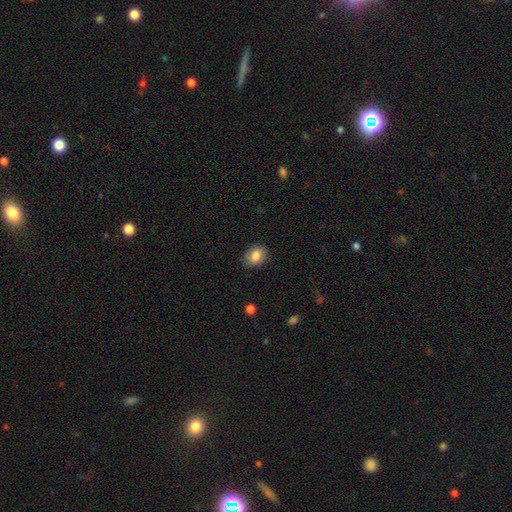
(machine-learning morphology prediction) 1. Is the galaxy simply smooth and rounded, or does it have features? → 85% smooth, 8% star or artifact, 7% featured or disk.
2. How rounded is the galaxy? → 68% in between, 31% round, 1% cigar-shaped.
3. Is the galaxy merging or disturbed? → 86% none, 10% minor disturbance, 3% major disturbance, 1% merger.